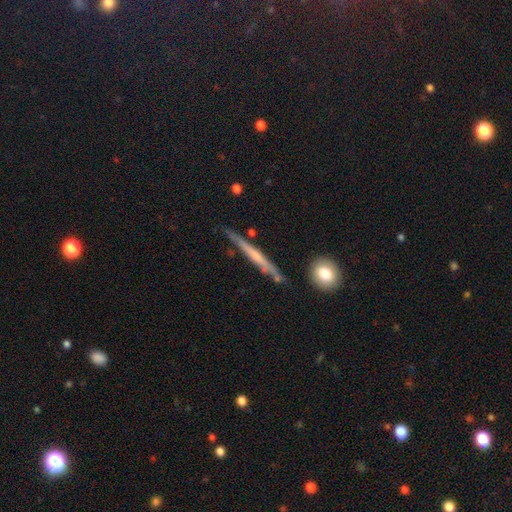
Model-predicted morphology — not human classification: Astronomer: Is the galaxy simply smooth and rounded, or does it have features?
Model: featured or disk — 57% (runner-up: smooth, 37%).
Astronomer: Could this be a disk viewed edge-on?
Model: yes — 95%.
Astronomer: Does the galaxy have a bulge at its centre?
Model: none — 66%.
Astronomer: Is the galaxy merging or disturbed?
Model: none — 79%.